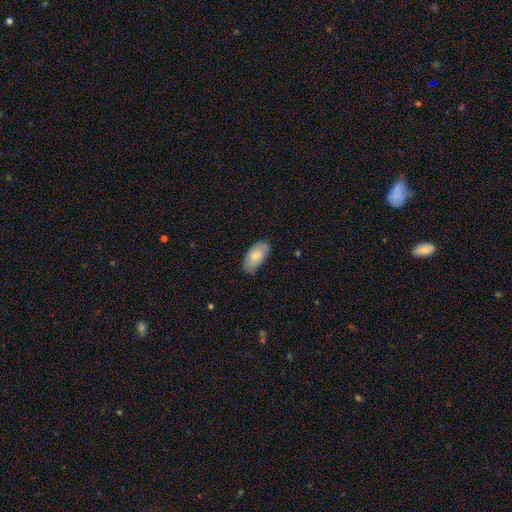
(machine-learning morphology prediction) Overall: smooth (76%). How rounded: in between (95%). Merging: none (73%).